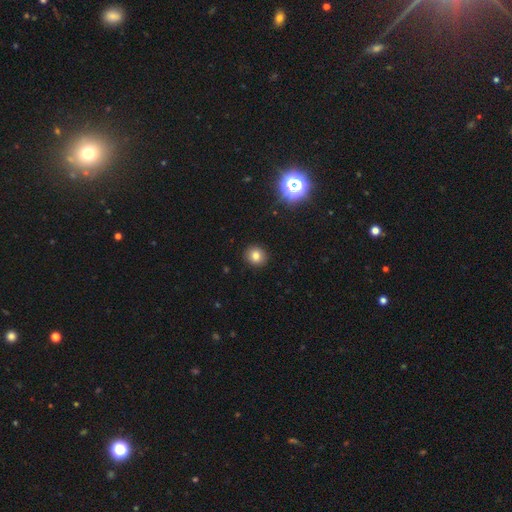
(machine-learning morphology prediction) smooth_or_featured: smooth (p=0.80) [alt: star or artifact p=0.14]
how_rounded: round (p=0.88) [alt: in between p=0.11]
merging: none (p=0.91) [alt: minor disturbance p=0.06]